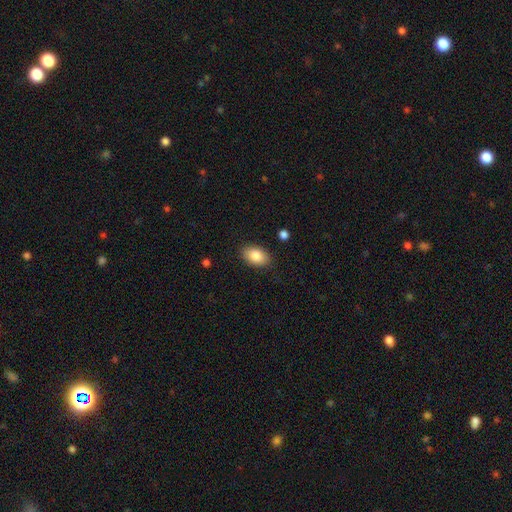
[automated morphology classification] This is clearly a smooth galaxy (85%). How rounded: clearly in between (90%). Merging: clearly none (86%).